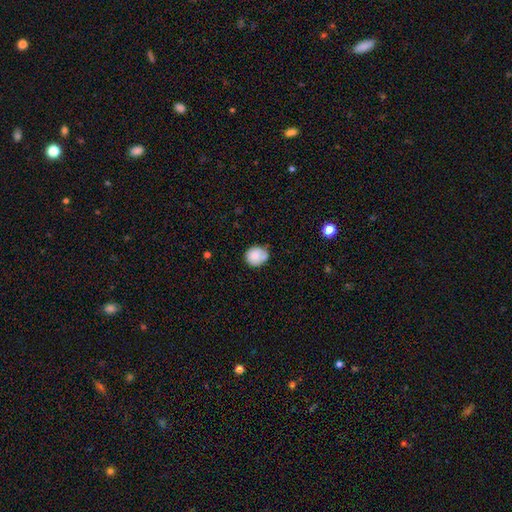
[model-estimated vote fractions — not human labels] smooth-or-featured: smooth: 80% | featured or disk: 12% | star or artifact: 8%
  how-rounded: round: 74% | in between: 25% | cigar-shaped: 1%
  merging: none: 60% | minor disturbance: 26% | merger: 8% | major disturbance: 5%